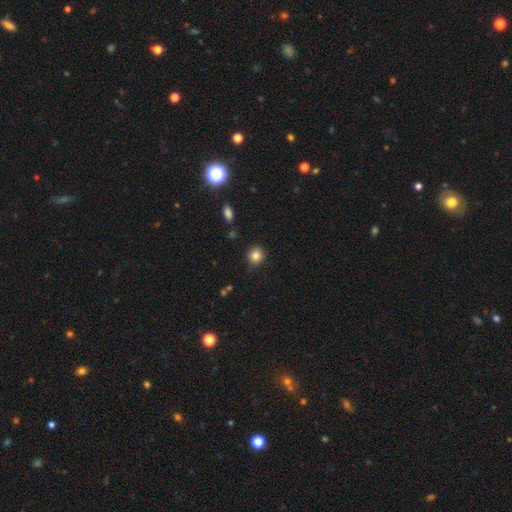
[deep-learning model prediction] smooth 83%, star or artifact 11%, featured or disk 6%. Down the decision tree: how rounded — round (77%); merging — none (83%).